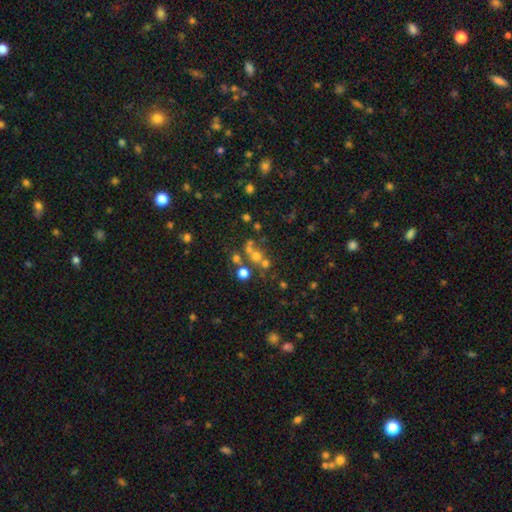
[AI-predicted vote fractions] Smooth or featured?
  - smooth: 46% *
  - star or artifact: 33%
  - featured or disk: 22%
Merging?
  - none: 50% *
  - merger: 35%
  - minor disturbance: 9%
  - major disturbance: 6%